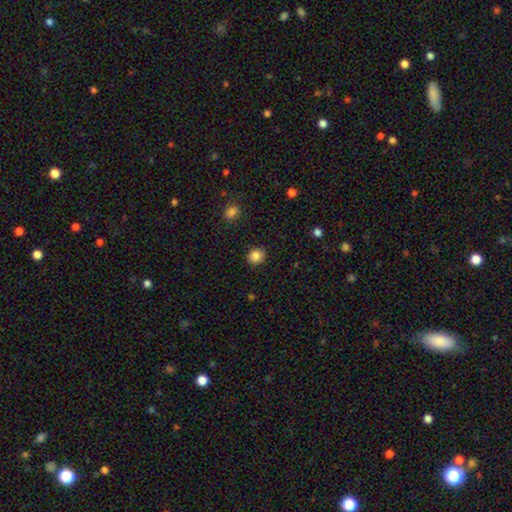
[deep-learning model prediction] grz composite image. It shows a smooth galaxy with no disk features (85%) that is round (87%). Merging: none (87%).